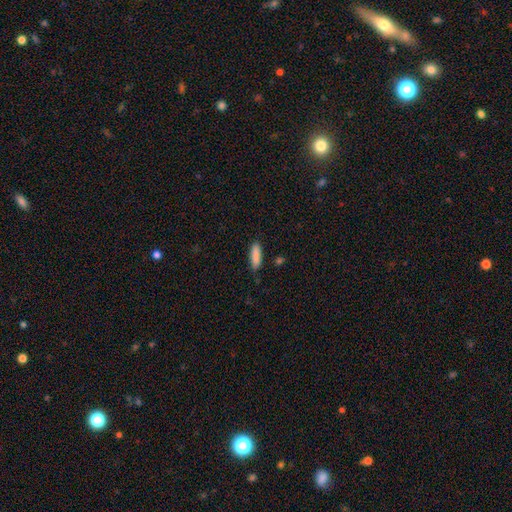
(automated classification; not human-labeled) Smooth or featured? smooth (88%)
How rounded? cigar-shaped (58%)
Merging? none (85%)